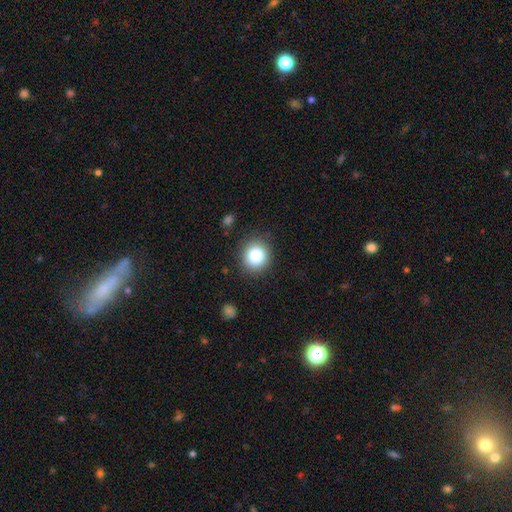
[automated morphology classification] type=smooth (85%); roundness=round (86%); merging=none (86%).